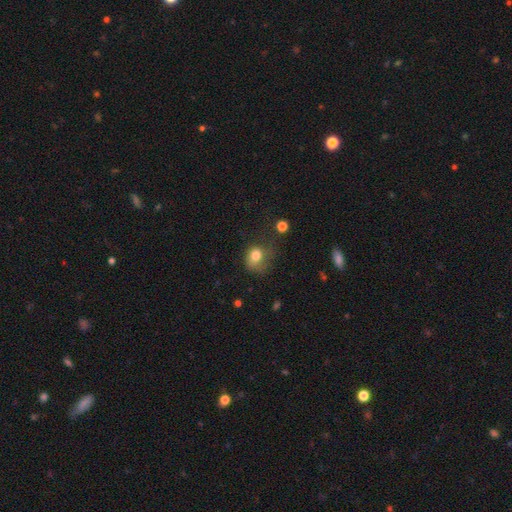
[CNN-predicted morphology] Overall: smooth (77%). How rounded: round (59%; in between 40%). Merging: none (34%; major disturbance 33%).